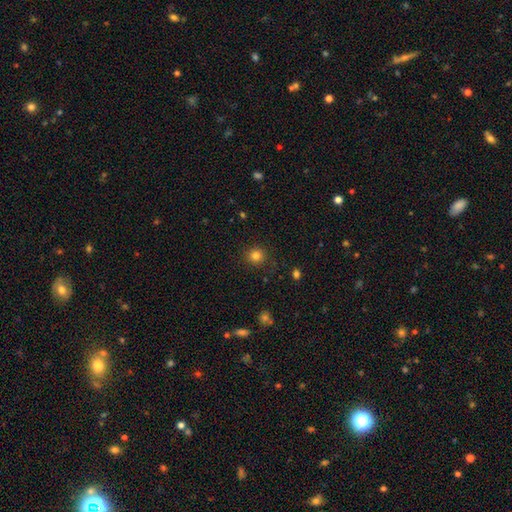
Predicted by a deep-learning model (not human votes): Q: Smooth or featured?
A: smooth (81%); runner-up: star or artifact (13%)
Q: How rounded?
A: round (91%); runner-up: in between (8%)
Q: Merging?
A: none (89%); runner-up: minor disturbance (7%)